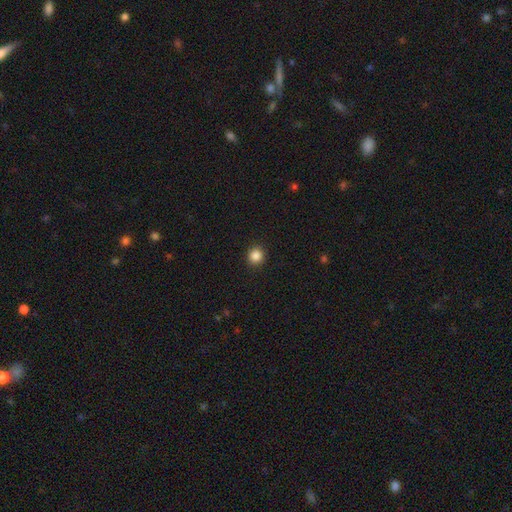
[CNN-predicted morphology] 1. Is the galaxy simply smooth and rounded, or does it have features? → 86% smooth, 11% star or artifact, 3% featured or disk.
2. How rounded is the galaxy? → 92% round, 7% in between, 1% cigar-shaped.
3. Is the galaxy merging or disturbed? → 92% none, 5% minor disturbance, 2% major disturbance, 1% merger.